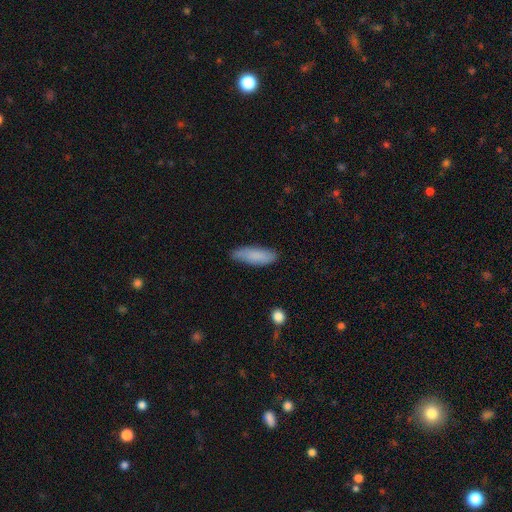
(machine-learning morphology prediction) This is clearly a smooth galaxy (85%). How rounded: possibly in between (56%). Merging: likely none (76%).